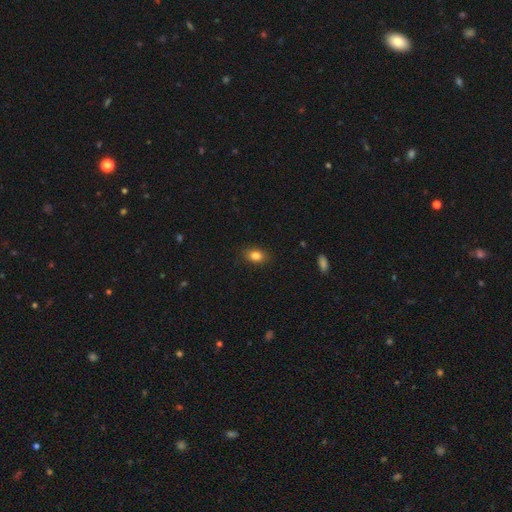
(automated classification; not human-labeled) Smooth or featured? smooth (84%)
How rounded? in between (79%)
Merging? none (87%)